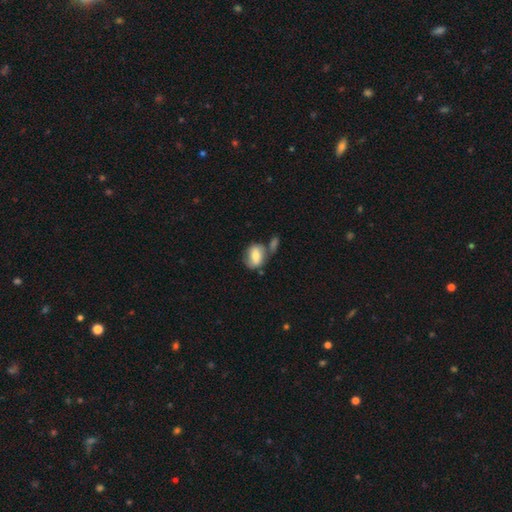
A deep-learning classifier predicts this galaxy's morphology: smooth_or_featured: smooth (p=0.67) [alt: featured or disk p=0.25]
how_rounded: in between (p=0.62) [alt: round p=0.36]
merging: none (p=0.46) [alt: merger p=0.27]